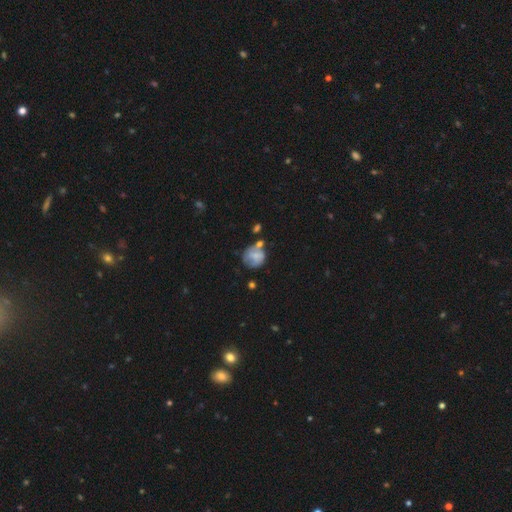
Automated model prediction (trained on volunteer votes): smooth_or_featured: smooth (p=0.59) [alt: featured or disk p=0.31]
how_rounded: round (p=0.75) [alt: in between p=0.24]
merging: none (p=0.43) [alt: minor disturbance p=0.25]